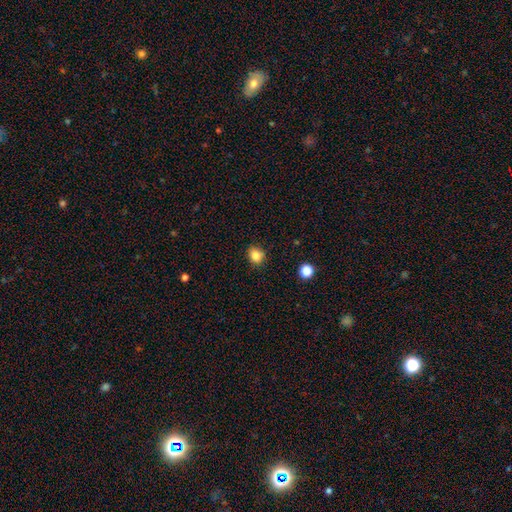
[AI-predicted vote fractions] Overall: smooth (83%). How rounded: round (71%). Merging: none (85%).